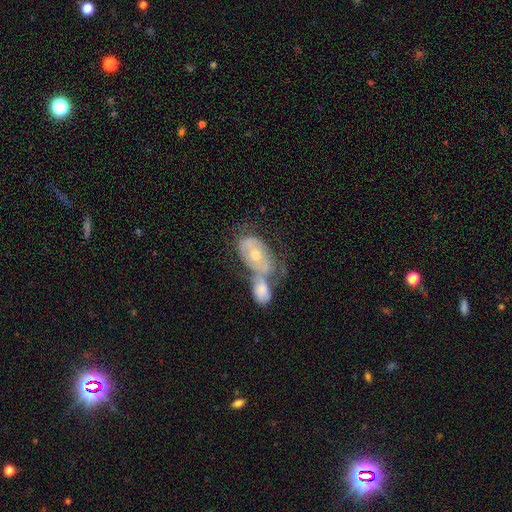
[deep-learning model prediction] smooth-or-featured: featured or disk: 64% | smooth: 29% | star or artifact: 7%
  disk-edge-on: no: 94% | yes: 6%
    bar: no: 76% | weak: 17% | strong: 6%
    has-spiral-arms: yes: 54% | no: 46%
    bulge-size: moderate: 62% | small: 33% | large: 3% | none: 1% | dominant: 1%
  merging: merger: 64% | none: 17% | minor disturbance: 10% | major disturbance: 9%